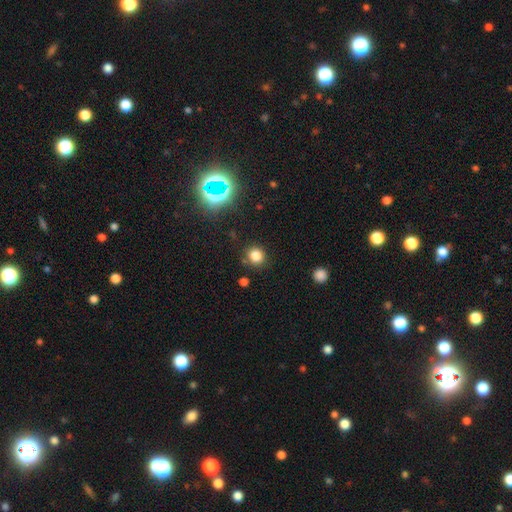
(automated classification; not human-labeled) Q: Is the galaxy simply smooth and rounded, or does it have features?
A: smooth — 79%.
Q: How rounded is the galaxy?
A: round — 87%.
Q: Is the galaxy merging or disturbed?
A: none — 85%.